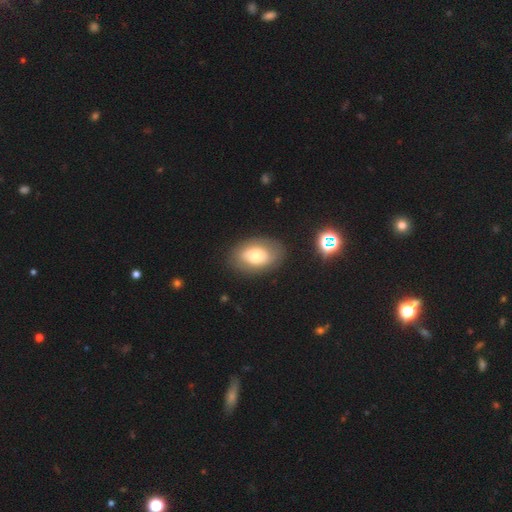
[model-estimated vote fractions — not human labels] This is likely a smooth galaxy (62%). How rounded: clearly in between (85%). Merging: likely none (79%).